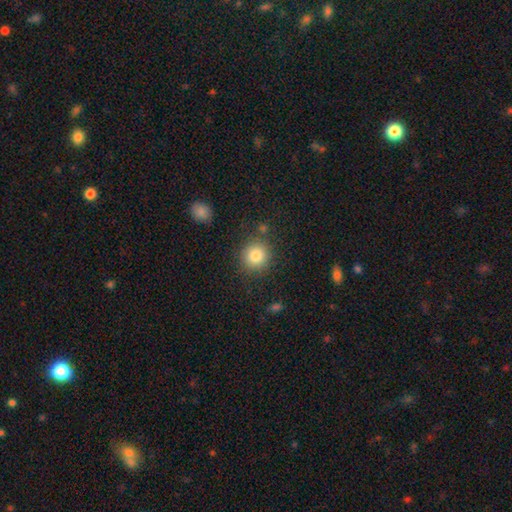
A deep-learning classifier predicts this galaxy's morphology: type=smooth (83%); roundness=round (89%); merging=none (84%).